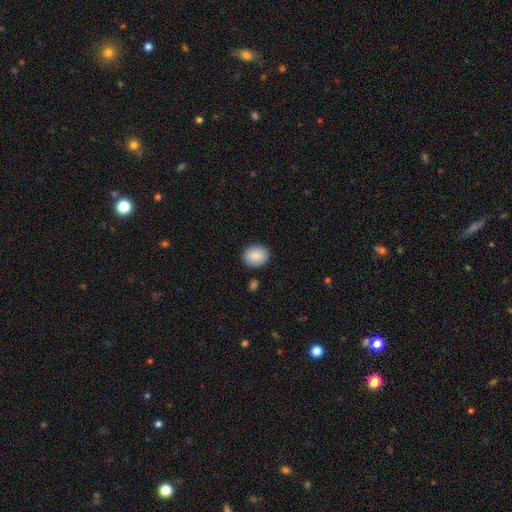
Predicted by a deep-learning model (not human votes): Smooth or featured: smooth — 87% (star or artifact — 7%)
How rounded: round — 55% (in between — 44%)
Merging: none — 87% (minor disturbance — 8%)